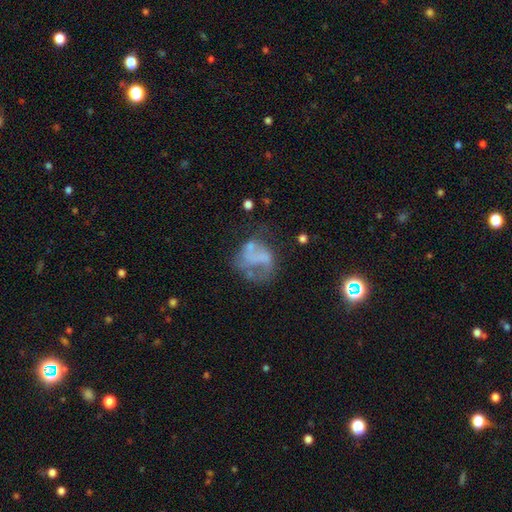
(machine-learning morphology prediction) Smooth or featured: featured or disk — 53% (smooth — 33%)
Edge-on disk: no — 98% (yes — 2%)
Bar: no — 81% (weak — 14%)
Spiral arms: no — 74% (yes — 26%)
Bulge size: none — 75% (small — 11%)
Merging: major disturbance — 34% (none — 33%)